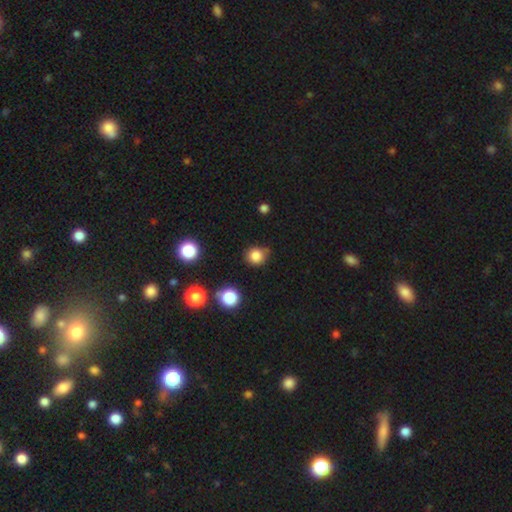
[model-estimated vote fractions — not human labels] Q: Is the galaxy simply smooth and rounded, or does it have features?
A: smooth — 82%.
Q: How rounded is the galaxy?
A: round — 86%.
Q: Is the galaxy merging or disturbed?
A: none — 72%.